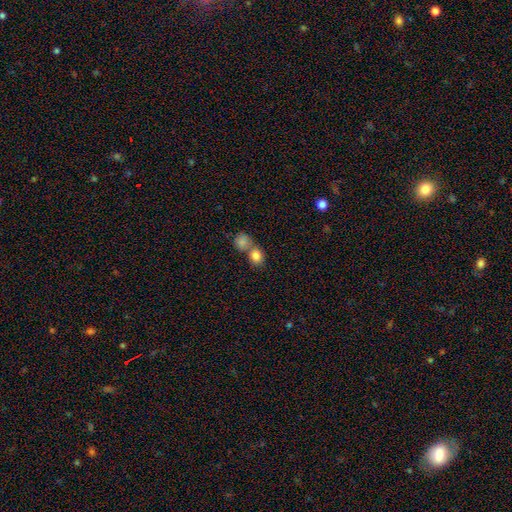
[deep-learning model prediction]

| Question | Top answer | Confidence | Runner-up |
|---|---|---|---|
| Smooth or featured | smooth | 83% | star or artifact (9%) |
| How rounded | round | 66% | in between (33%) |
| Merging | merger | 56% | none (35%) |